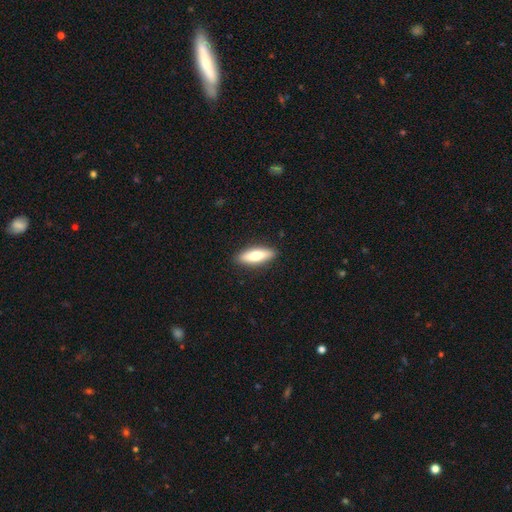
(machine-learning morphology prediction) Smooth or featured: smooth — 72% (featured or disk — 23%)
How rounded: cigar-shaped — 50% (in between — 48%)
Merging: none — 90% (minor disturbance — 8%)